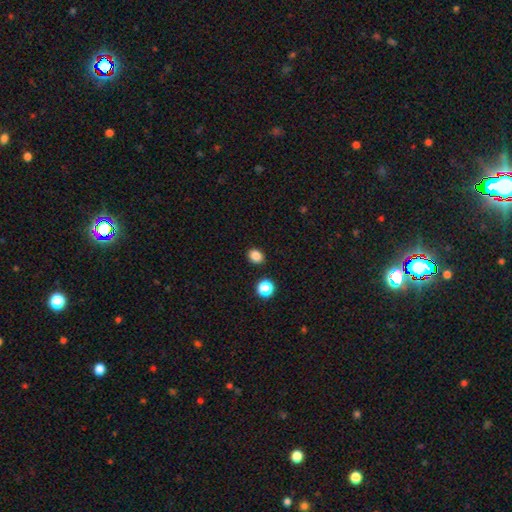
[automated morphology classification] Smooth or featured? smooth (85%)
How rounded? round (58%)
Merging? none (89%)